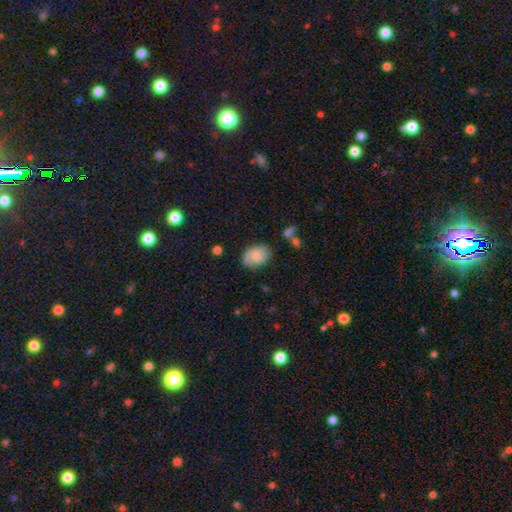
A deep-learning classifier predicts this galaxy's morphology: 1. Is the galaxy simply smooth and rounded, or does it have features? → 71% smooth, 21% featured or disk, 8% star or artifact.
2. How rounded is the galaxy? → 79% in between, 20% round, 1% cigar-shaped.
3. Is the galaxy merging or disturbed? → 72% none, 20% minor disturbance, 5% major disturbance, 3% merger.